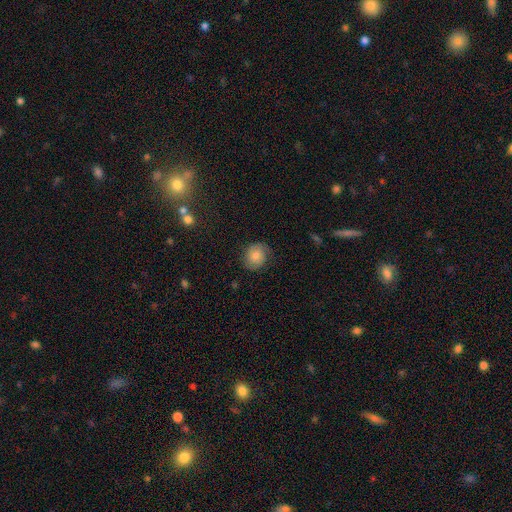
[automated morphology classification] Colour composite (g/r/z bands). It shows a smooth galaxy with no disk features (64%) that is round (76%). Merging: none (74%).